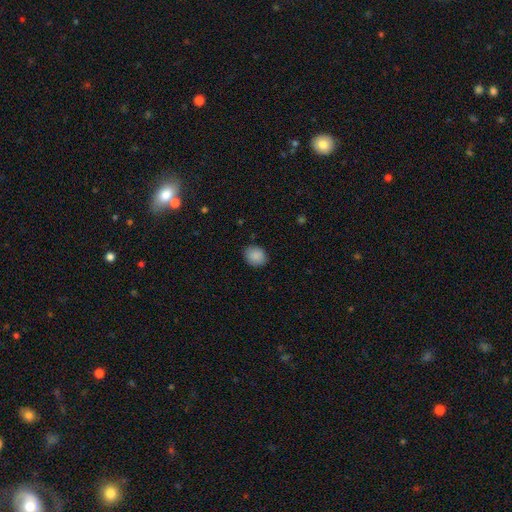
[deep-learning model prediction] A smooth galaxy with no disk features (89%) that is round (58%). Merging: none (85%).